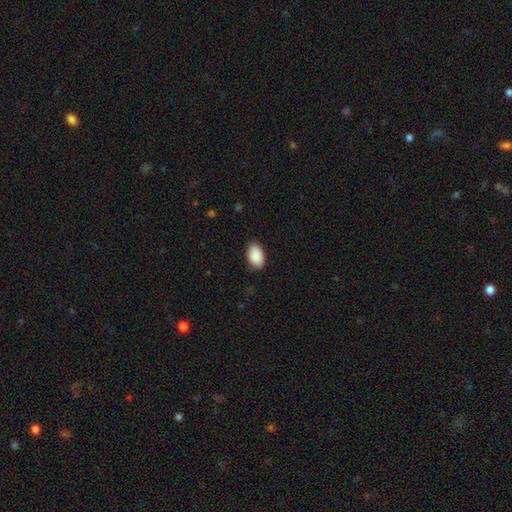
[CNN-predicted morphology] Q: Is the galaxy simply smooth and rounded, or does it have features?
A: smooth — 91%.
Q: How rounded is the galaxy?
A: in between — 93%.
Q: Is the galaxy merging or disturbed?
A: none — 86%.